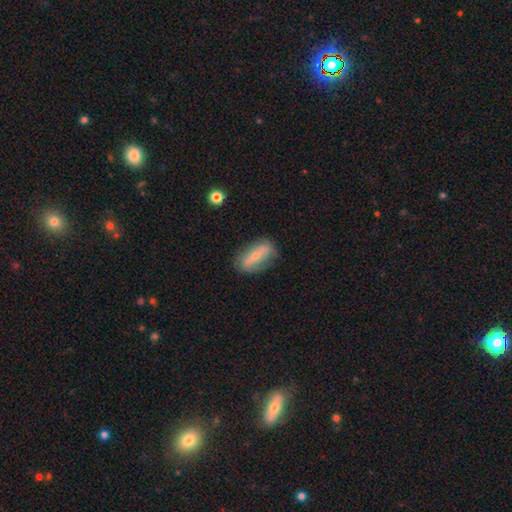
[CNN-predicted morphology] Smooth or featured? smooth (48%)
Merging? none (73%)